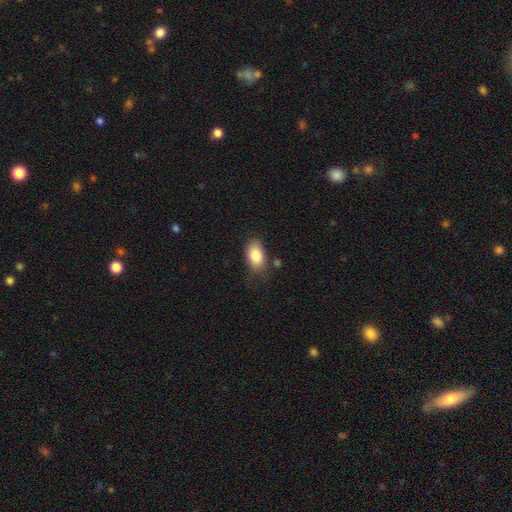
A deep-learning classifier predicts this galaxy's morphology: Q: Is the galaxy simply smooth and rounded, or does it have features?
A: smooth — 84%.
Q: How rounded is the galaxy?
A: in between — 91%.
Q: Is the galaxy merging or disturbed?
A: none — 73%.